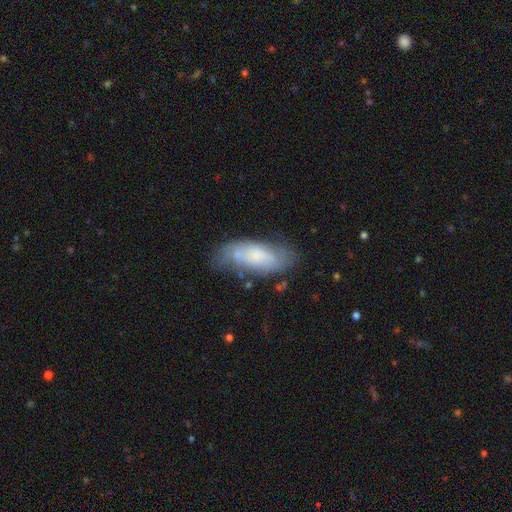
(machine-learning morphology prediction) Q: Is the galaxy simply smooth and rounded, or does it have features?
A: smooth — 50%.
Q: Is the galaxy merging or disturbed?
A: none — 58%.